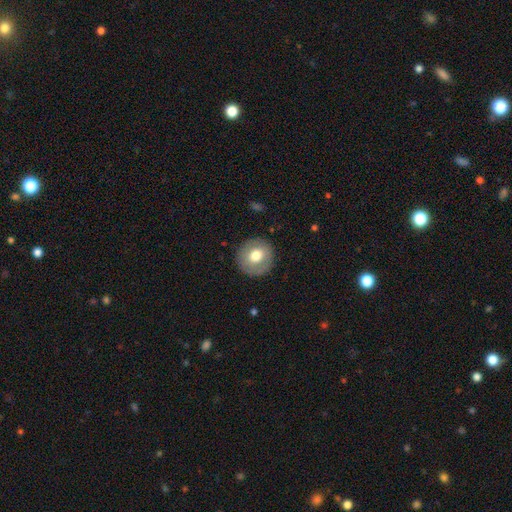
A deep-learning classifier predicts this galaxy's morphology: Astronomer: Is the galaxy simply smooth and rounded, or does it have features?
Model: smooth — 68%.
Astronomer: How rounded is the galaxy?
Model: round — 93%.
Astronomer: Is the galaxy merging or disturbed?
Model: none — 88%.